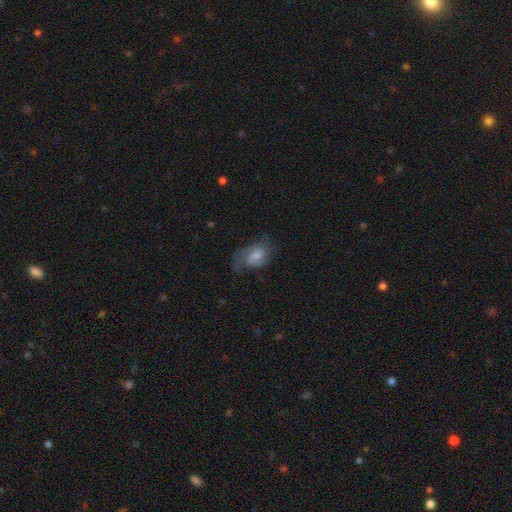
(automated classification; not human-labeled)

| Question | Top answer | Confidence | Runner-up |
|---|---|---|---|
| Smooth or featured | smooth | 49% | featured or disk (42%) |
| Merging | none | 36% | major disturbance (34%) |